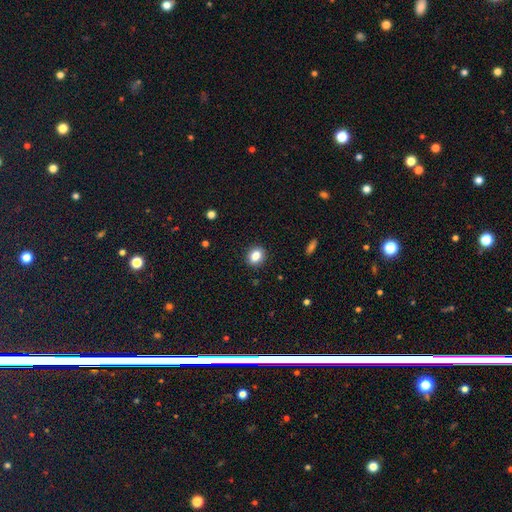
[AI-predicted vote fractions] The model was most divided on "how rounded": round: 51%, in between: 47%, cigar-shaped: 1%. More confident: merging — none (90%); smooth or featured — smooth (84%).